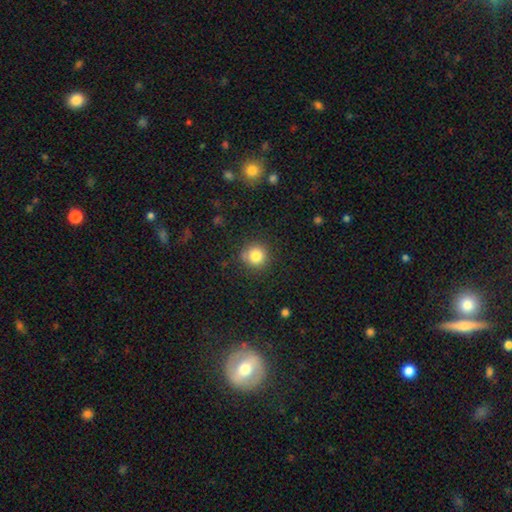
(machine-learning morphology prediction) Overall: smooth (82%). How rounded: round (93%). Merging: none (84%).